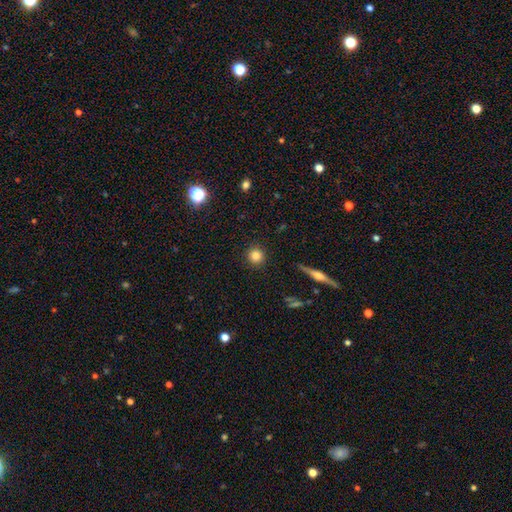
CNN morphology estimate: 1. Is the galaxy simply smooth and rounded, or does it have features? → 82% smooth, 11% star or artifact, 7% featured or disk.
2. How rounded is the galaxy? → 94% round, 5% in between, 1% cigar-shaped.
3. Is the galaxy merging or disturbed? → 91% none, 6% minor disturbance, 2% major disturbance, 1% merger.